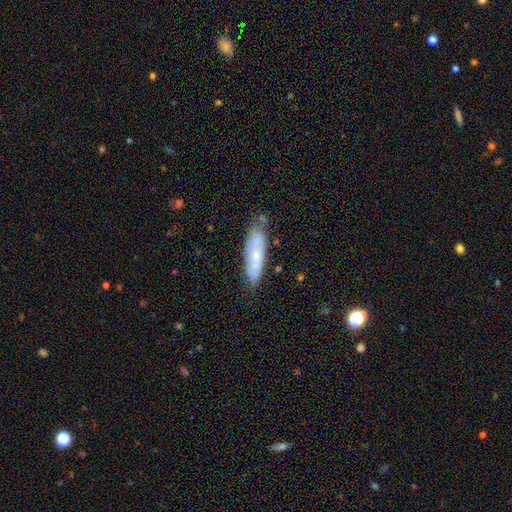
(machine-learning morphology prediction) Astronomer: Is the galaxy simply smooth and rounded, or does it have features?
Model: smooth — 54% (runner-up: featured or disk, 39%).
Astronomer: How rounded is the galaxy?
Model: cigar-shaped — 63%.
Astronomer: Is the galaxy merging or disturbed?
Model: none — 73%.